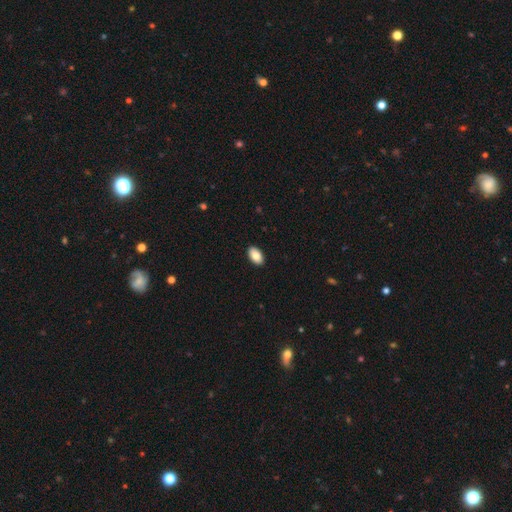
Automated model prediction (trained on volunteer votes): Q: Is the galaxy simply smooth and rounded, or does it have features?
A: smooth — 85%.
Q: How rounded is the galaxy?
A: in between — 94%.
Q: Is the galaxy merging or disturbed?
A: none — 91%.